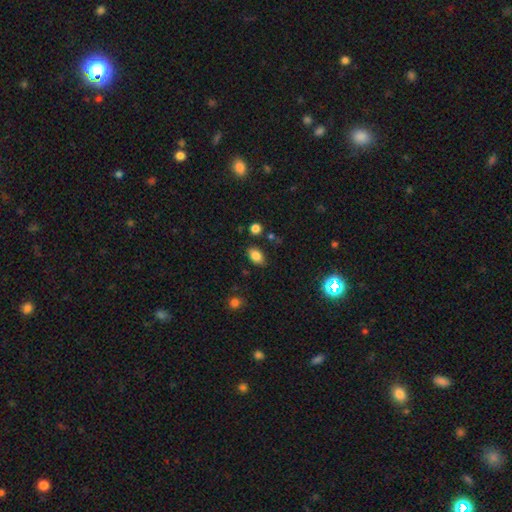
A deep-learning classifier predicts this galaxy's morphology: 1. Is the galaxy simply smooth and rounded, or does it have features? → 83% smooth, 10% star or artifact, 7% featured or disk.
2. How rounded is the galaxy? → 87% in between, 12% round, 2% cigar-shaped.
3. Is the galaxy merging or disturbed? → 80% none, 13% minor disturbance, 3% merger, 3% major disturbance.